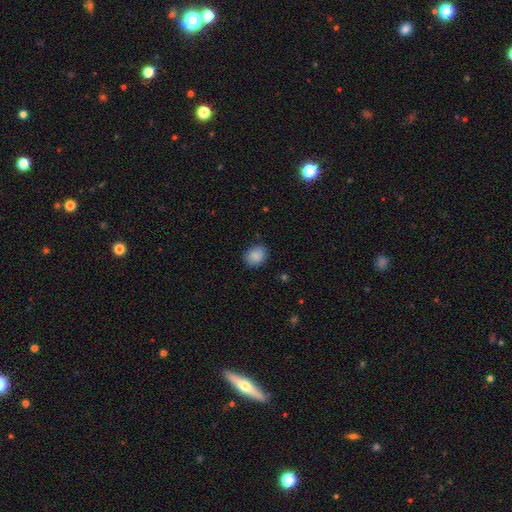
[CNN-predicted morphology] A smooth galaxy with no disk features (88%) that is round (57%). Merging: none (86%).